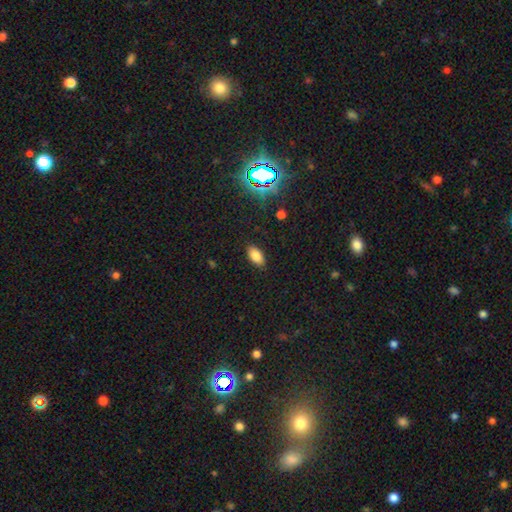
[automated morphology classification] Smooth or featured? smooth (81%)
How rounded? in between (92%)
Merging? none (88%)